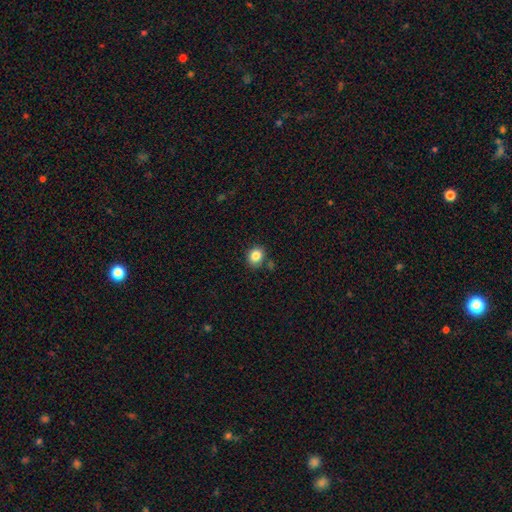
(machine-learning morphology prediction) Overall: smooth (85%). How rounded: round (66%; in between 33%). Merging: none (80%).